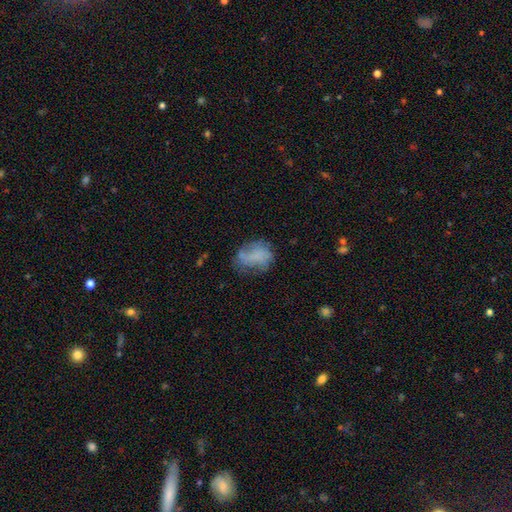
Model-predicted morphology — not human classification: Q: Smooth or featured?
A: smooth (56%); runner-up: featured or disk (33%)
Q: How rounded?
A: in between (70%); runner-up: round (28%)
Q: Merging?
A: none (49%); runner-up: minor disturbance (28%)